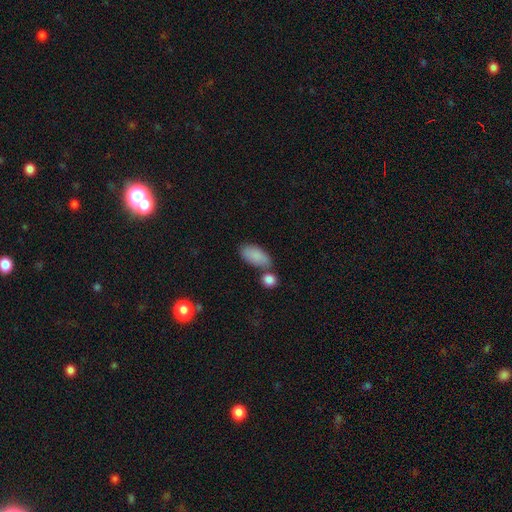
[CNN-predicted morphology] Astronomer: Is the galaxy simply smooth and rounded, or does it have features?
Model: smooth — 87%.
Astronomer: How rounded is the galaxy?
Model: in between — 92%.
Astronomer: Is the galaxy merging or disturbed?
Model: none — 54%.